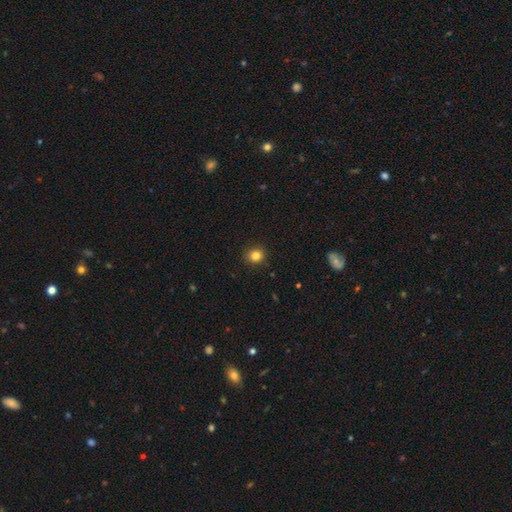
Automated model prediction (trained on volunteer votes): Smooth or featured: smooth — 83% (star or artifact — 12%)
How rounded: round — 85% (in between — 14%)
Merging: none — 90% (minor disturbance — 7%)